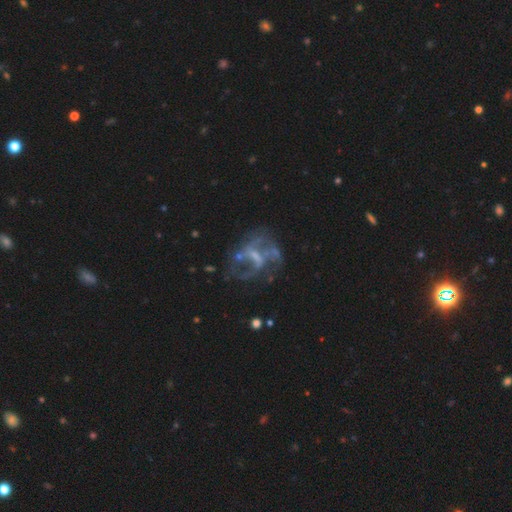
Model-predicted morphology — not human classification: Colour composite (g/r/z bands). It shows a featured or disk galaxy (75%) with a weak bar (46%), spiral arms (64%) and a small central bulge (41%). Merging: none (49%).